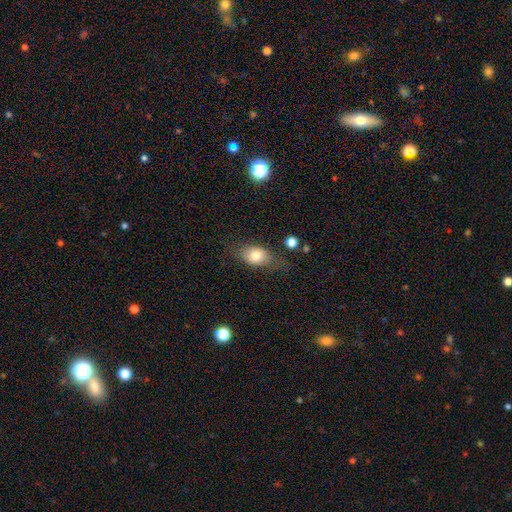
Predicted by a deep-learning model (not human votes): This appears to be a smooth galaxy with no disk features (73%) that is in between round and cigar-shaped (65%). Merging: none (64%).